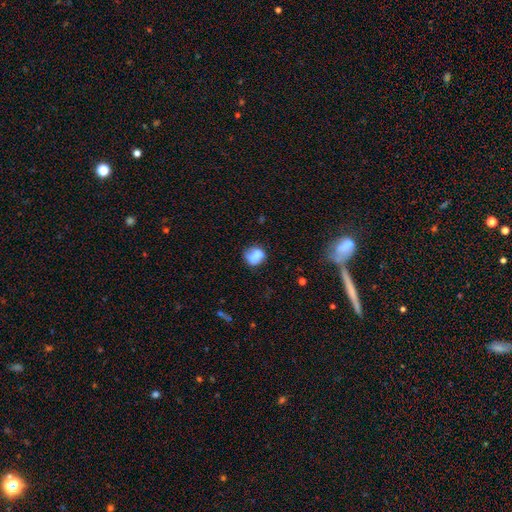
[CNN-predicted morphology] This appears to be a smooth galaxy with no disk features (74%) that is round (62%). Merging: none (50%).